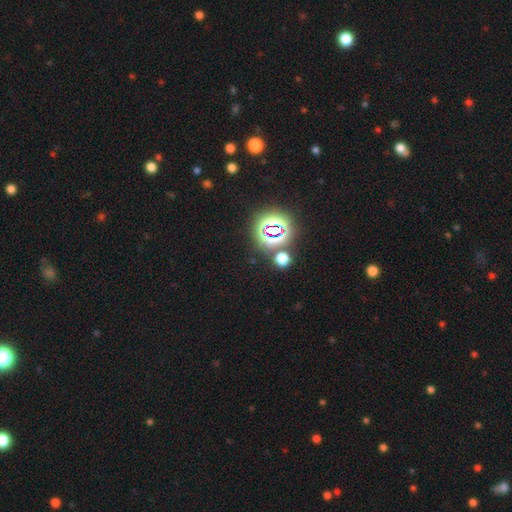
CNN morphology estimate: Q: Smooth or featured?
A: star or artifact (80%); runner-up: smooth (13%)